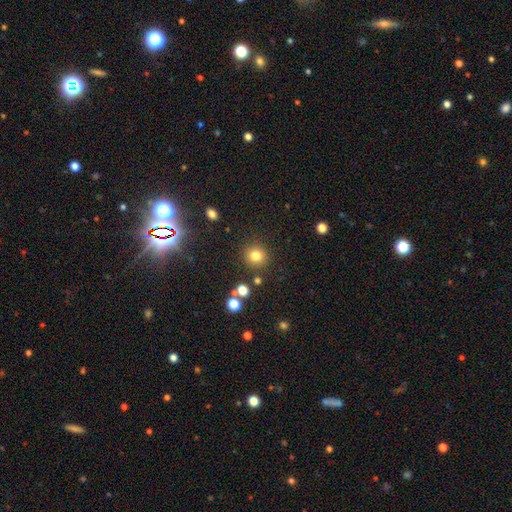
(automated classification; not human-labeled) The model was most divided on "smooth or featured": smooth: 80%, star or artifact: 14%, featured or disk: 6%. More confident: how rounded — round (91%); merging — none (86%).